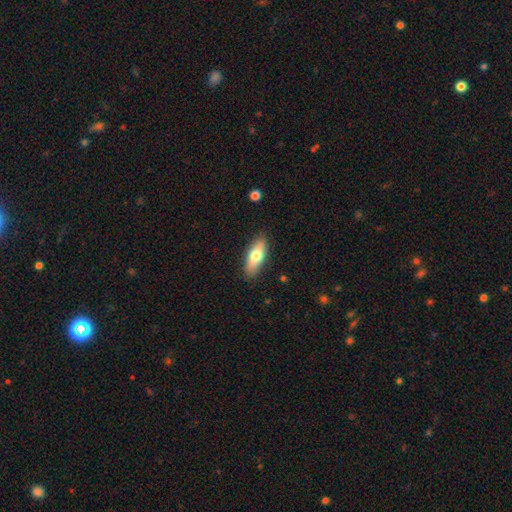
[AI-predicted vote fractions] Q: Smooth or featured?
A: smooth (70%); runner-up: featured or disk (24%)
Q: How rounded?
A: in between (73%); runner-up: cigar-shaped (25%)
Q: Merging?
A: none (87%); runner-up: minor disturbance (10%)